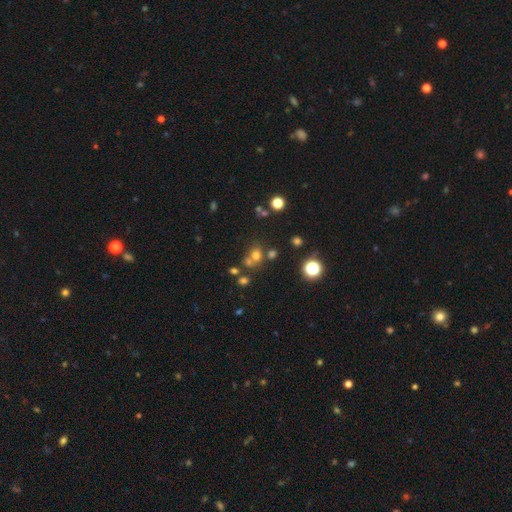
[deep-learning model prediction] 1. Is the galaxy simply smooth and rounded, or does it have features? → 61% smooth, 26% star or artifact, 13% featured or disk.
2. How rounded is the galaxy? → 75% round, 24% in between, 1% cigar-shaped.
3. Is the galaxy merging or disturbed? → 52% none, 33% merger, 10% minor disturbance, 5% major disturbance.